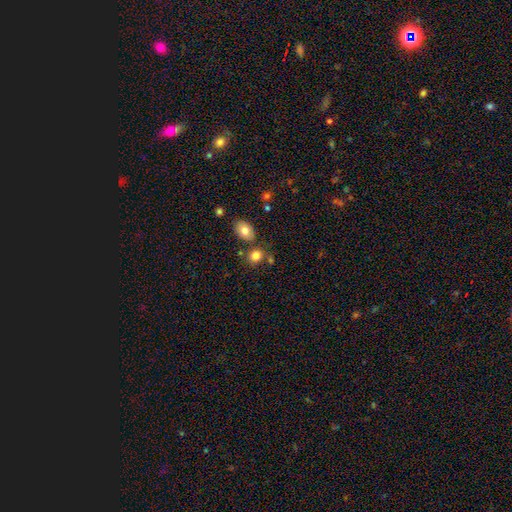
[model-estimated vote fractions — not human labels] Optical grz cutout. It shows a smooth galaxy with no disk features (82%) that is in between round and cigar-shaped (50%). Merging: none (67%).